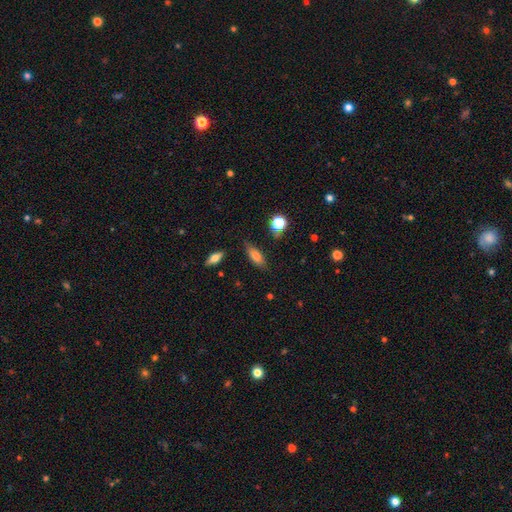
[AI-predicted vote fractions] Smooth or featured? Predicted: smooth (p=0.73). How rounded? Predicted: in between (p=0.66). Merging? Predicted: none (p=0.78).